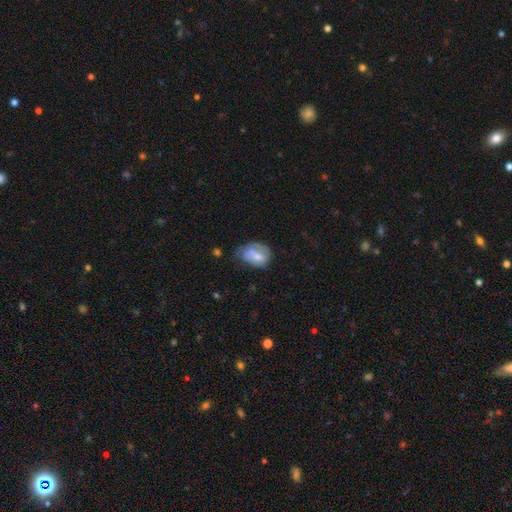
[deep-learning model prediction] smooth-or-featured: smooth: 57% | featured or disk: 34% | star or artifact: 8%
  how-rounded: in between: 69% | round: 30% | cigar-shaped: 1%
  merging: none: 32% (tied) | minor disturbance: 32% (tied) | major disturbance: 19% | merger: 17%